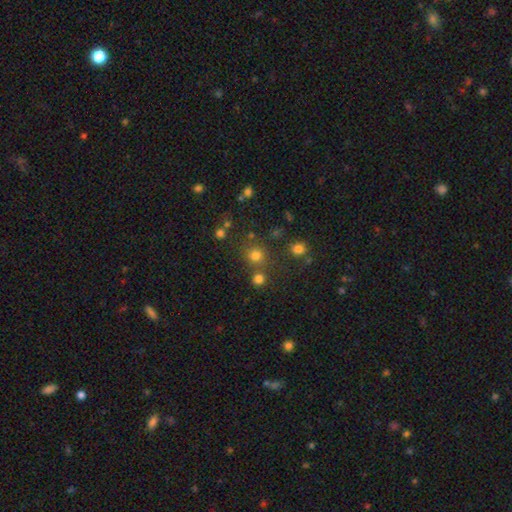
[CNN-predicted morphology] This appears to be a smooth galaxy with no disk features (75%) that is round (88%). Merging: none (73%).